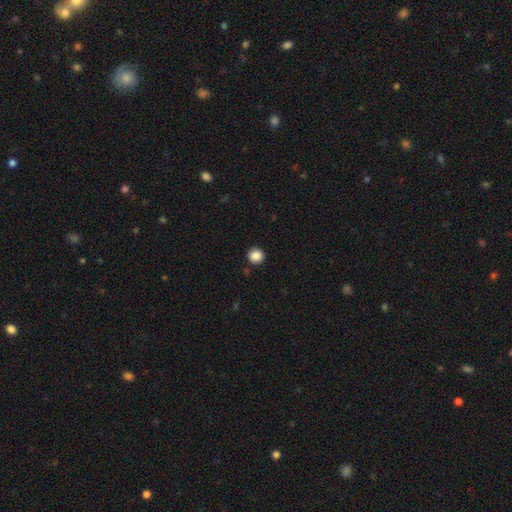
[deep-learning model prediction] Smooth or featured? Predicted: smooth (p=0.87). How rounded? Predicted: round (p=0.93). Merging? Predicted: none (p=0.91).